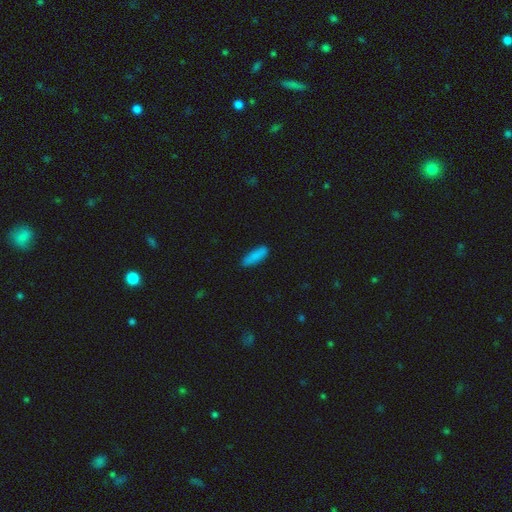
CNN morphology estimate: A smooth galaxy with no disk features (87%) that is in between round and cigar-shaped (49%, tied with cigar-shaped). Merging: none (83%).